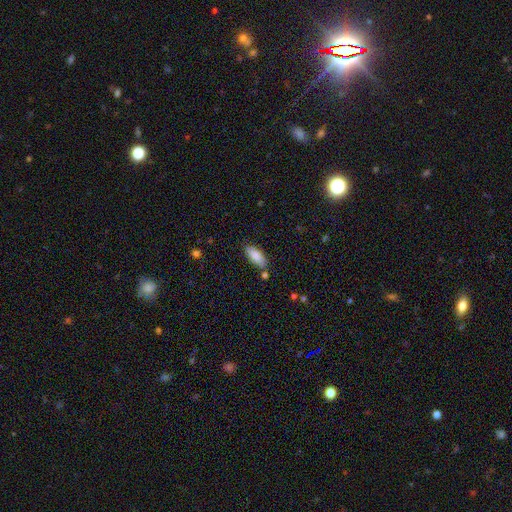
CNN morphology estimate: smooth-or-featured: smooth: 85% | featured or disk: 8% | star or artifact: 7%
  how-rounded: in between: 85% | cigar-shaped: 13% | round: 2%
  merging: none: 73% | minor disturbance: 16% | merger: 7% | major disturbance: 3%